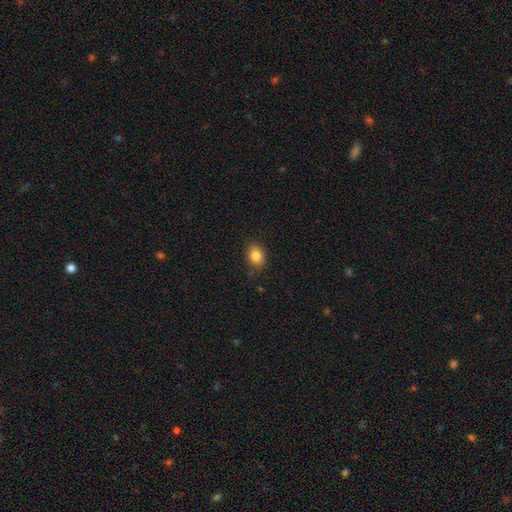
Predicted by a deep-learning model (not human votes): Smooth or featured: smooth — 84% (star or artifact — 9%)
How rounded: in between — 70% (round — 29%)
Merging: none — 84% (minor disturbance — 12%)